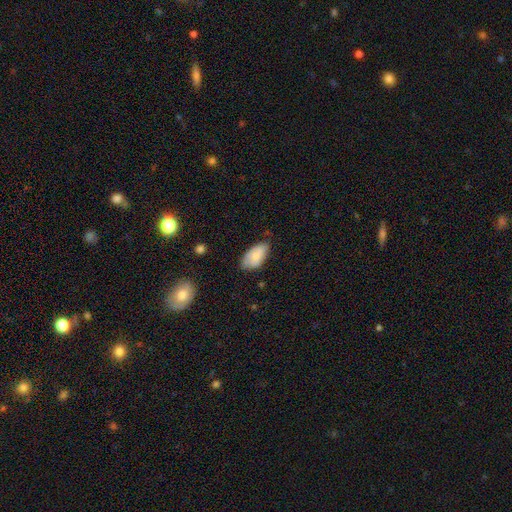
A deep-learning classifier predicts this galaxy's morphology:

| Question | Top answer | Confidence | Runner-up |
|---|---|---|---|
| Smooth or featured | smooth | 76% | featured or disk (17%) |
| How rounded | in between | 94% | round (3%) |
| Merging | none | 65% | minor disturbance (29%) |